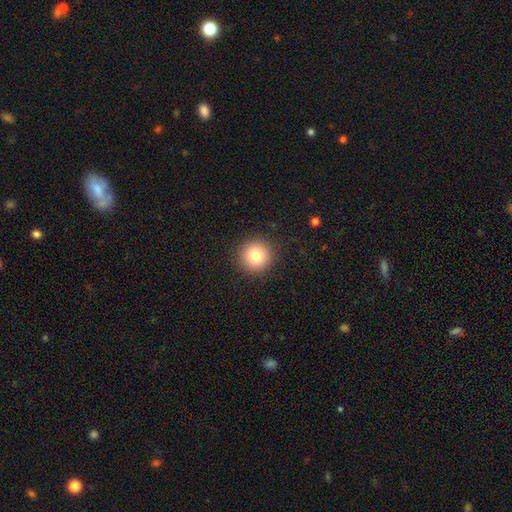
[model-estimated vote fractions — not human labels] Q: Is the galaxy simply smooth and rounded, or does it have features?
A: smooth — 80%.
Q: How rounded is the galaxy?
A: round — 95%.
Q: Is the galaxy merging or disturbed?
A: none — 92%.